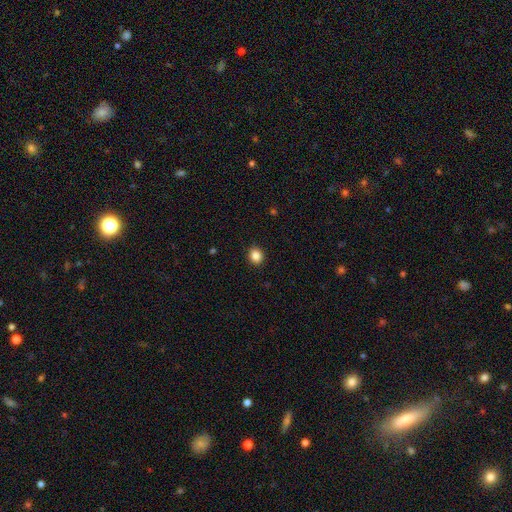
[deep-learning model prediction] A smooth galaxy with no disk features (85%) that is round (74%).

Vote fractions:
- Smooth or featured? smooth: 85% / star or artifact: 10% / featured or disk: 4%
- How rounded? round: 74% / in between: 26% / cigar-shaped: 1%
- Merging? none: 92% / minor disturbance: 6% / major disturbance: 2% / merger: 1%